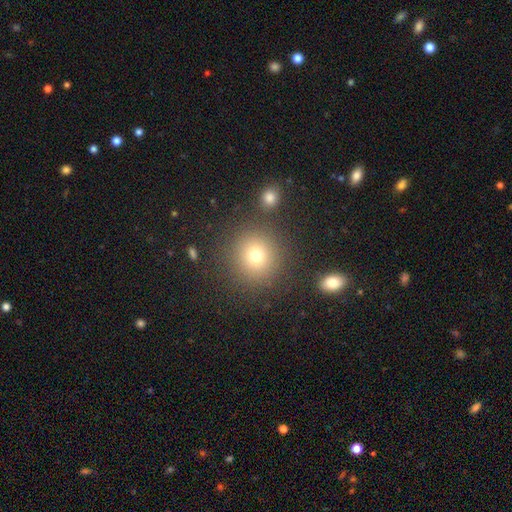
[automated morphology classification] smooth 75%, star or artifact 16%, featured or disk 9%. Down the decision tree: how rounded — round (92%); merging — none (85%).